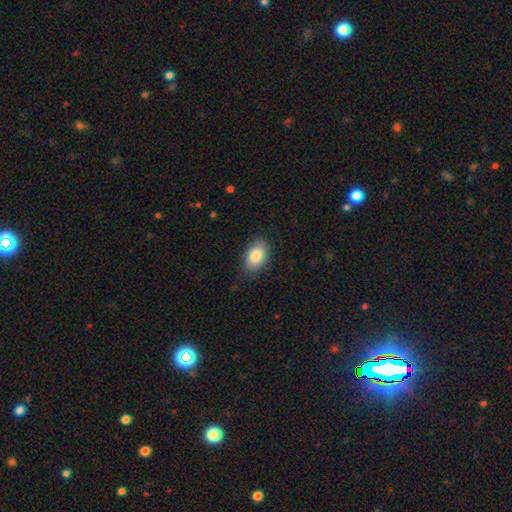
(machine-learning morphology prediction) A smooth galaxy with no disk features (85%) that is in between round and cigar-shaped (89%). Merging: none (84%).